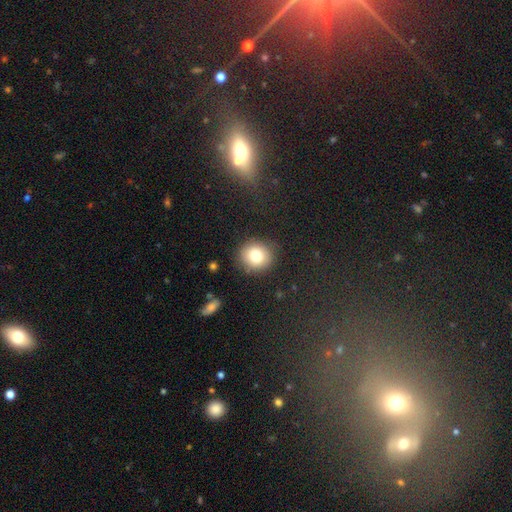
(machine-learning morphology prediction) This is clearly a smooth galaxy (80%). How rounded: clearly round (84%). Merging: clearly none (87%).